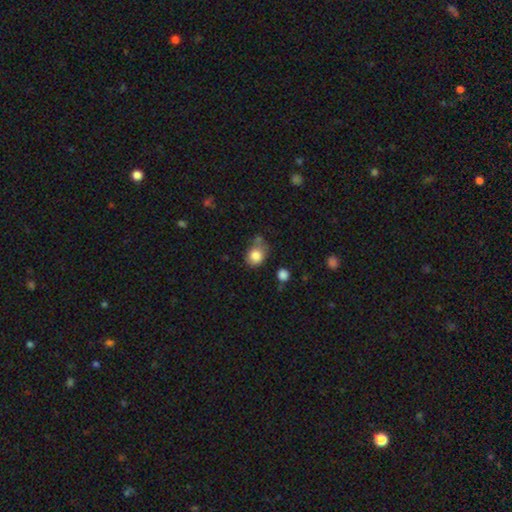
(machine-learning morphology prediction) The model was most divided on "how rounded": round: 63%, in between: 36%, cigar-shaped: 1%. More confident: smooth or featured — smooth (83%); merging — none (53%).